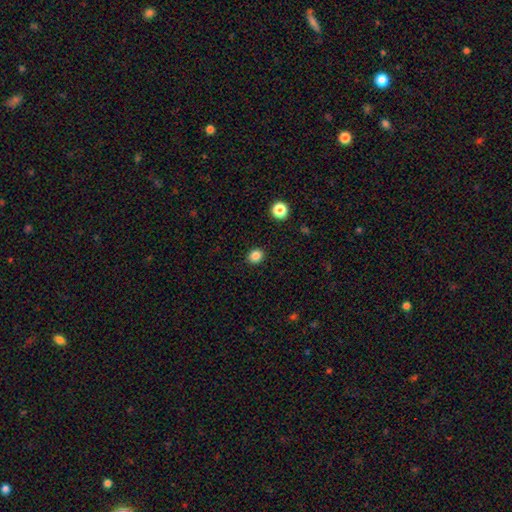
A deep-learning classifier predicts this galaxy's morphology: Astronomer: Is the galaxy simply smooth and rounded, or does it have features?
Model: smooth — 85%.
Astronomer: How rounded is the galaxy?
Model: round — 76%.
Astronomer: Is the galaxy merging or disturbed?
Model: none — 91%.